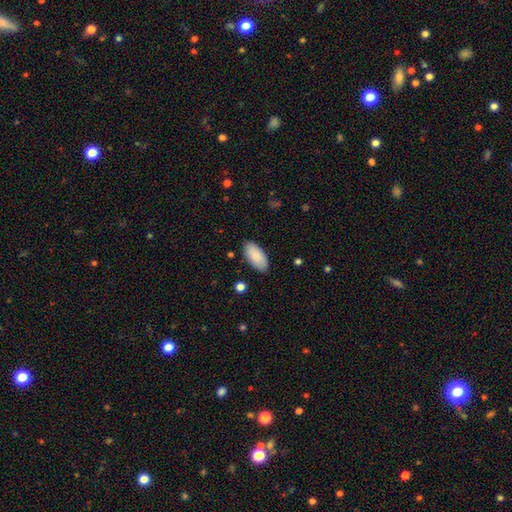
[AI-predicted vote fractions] A smooth galaxy with no disk features (86%) that is in between round and cigar-shaped (94%). Merging: none (86%).